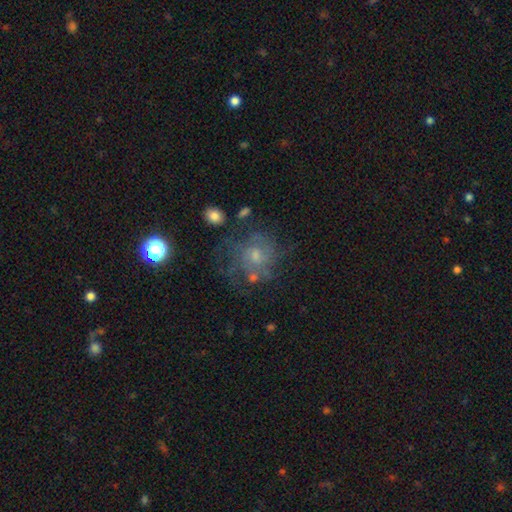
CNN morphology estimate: Smooth or featured?
  - featured or disk: 55% *
  - smooth: 32%
  - star or artifact: 13%
Edge-on disk?
  - no: 97% *
  - yes: 3%
Bar?
  - no: 75% *
  - weak: 22%
  - strong: 3%
Spiral arms?
  - yes: 65% *
  - no: 35%
Bulge size?
  - moderate: 45% *
  - small: 40%
  - none: 9%
  - large: 5%
  - dominant: 1%
Merging?
  - none: 55% *
  - major disturbance: 20%
  - minor disturbance: 20%
  - merger: 6%